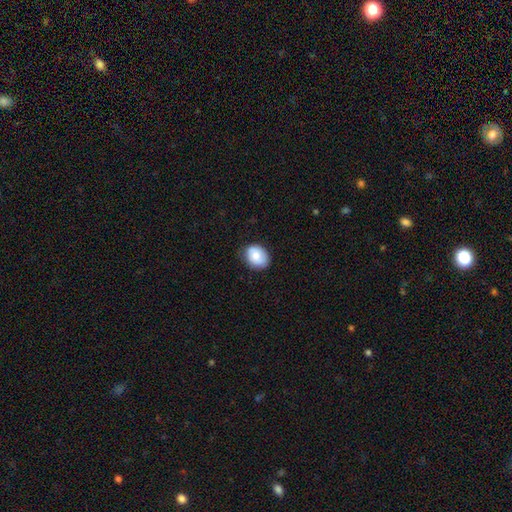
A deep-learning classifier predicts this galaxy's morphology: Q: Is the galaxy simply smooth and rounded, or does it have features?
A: smooth — 77%.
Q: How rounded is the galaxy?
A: in between — 57%.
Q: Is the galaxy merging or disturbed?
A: none — 78%.